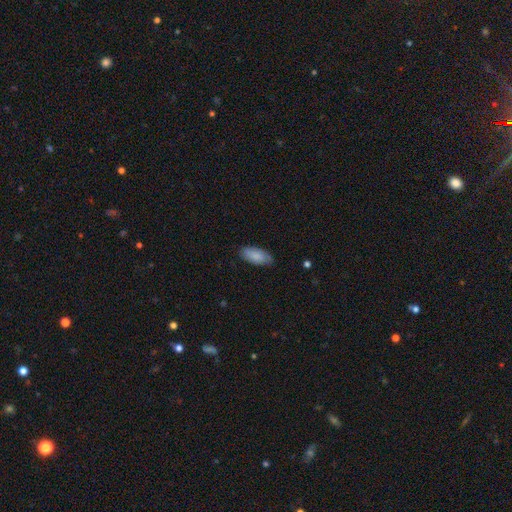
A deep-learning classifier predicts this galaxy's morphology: smooth_or_featured: smooth (p=0.83) [alt: featured or disk p=0.11]
how_rounded: in between (p=0.88) [alt: cigar-shaped p=0.10]
merging: none (p=0.77) [alt: minor disturbance p=0.19]